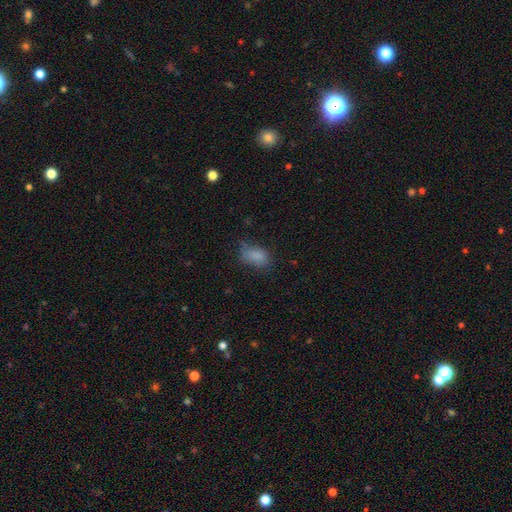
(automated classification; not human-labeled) Q: Smooth or featured?
A: smooth (81%); runner-up: star or artifact (11%)
Q: How rounded?
A: in between (89%); runner-up: round (9%)
Q: Merging?
A: none (55%); runner-up: minor disturbance (30%)